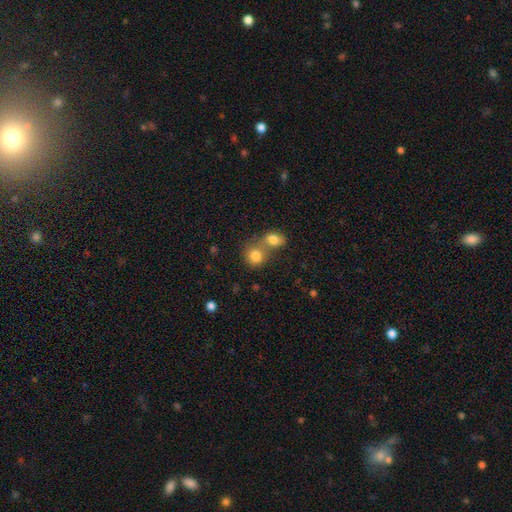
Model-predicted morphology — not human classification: Q: Smooth or featured?
A: smooth (82%); runner-up: star or artifact (10%)
Q: How rounded?
A: round (74%); runner-up: in between (25%)
Q: Merging?
A: merger (56%); runner-up: none (34%)